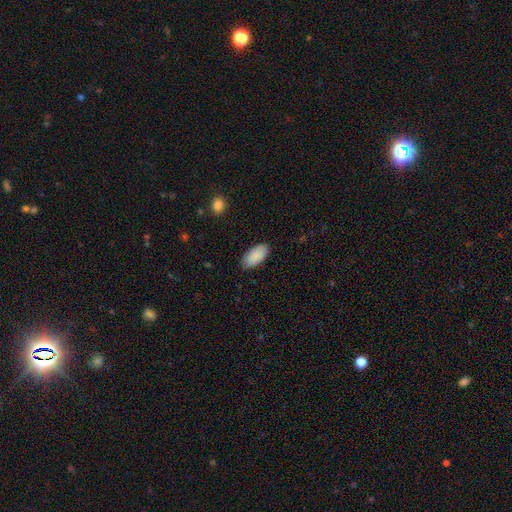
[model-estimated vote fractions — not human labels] A smooth galaxy with no disk features (90%) that is in between round and cigar-shaped (94%).

Vote fractions:
- Smooth or featured? smooth: 90% / star or artifact: 6% / featured or disk: 4%
- How rounded? in between: 94% / cigar-shaped: 4% / round: 2%
- Merging? none: 85% / minor disturbance: 12% / major disturbance: 2% / merger: 1%